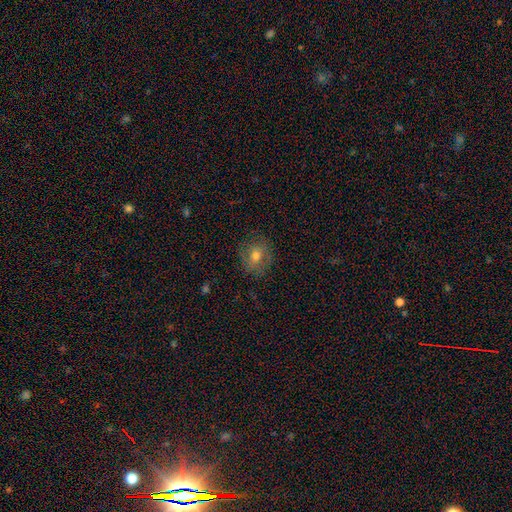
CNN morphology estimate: This appears to be a smooth galaxy with no disk features (59%) that is round (74%). Merging: none (79%).